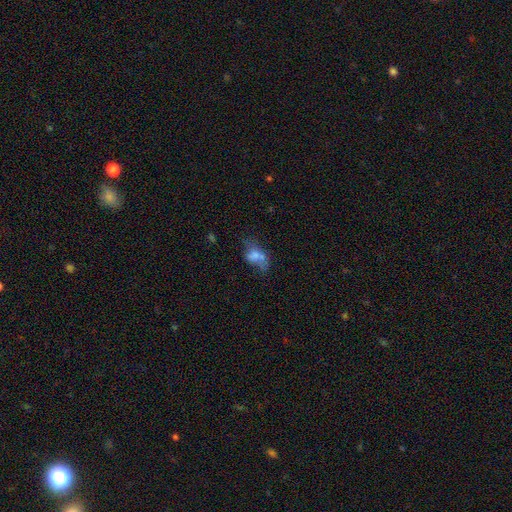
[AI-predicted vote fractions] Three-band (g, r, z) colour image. It shows a smooth galaxy with no disk features (57%) that is in between round and cigar-shaped (83%). Merging: none (29%).